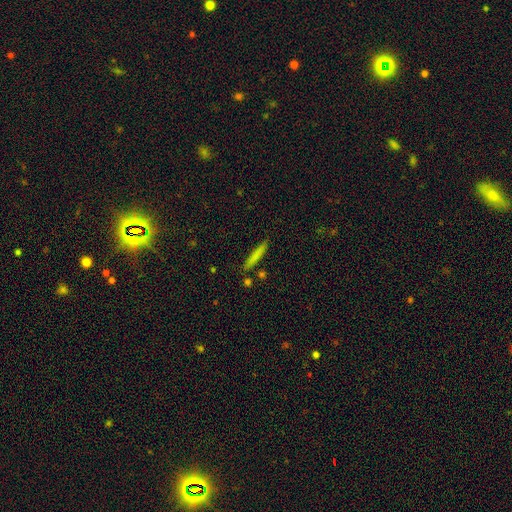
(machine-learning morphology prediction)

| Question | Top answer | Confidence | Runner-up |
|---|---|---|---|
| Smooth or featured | smooth | 75% | featured or disk (18%) |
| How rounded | cigar-shaped | 94% | in between (4%) |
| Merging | none | 86% | minor disturbance (9%) |